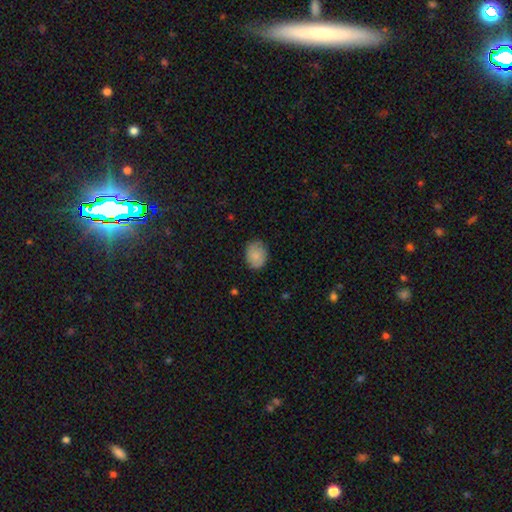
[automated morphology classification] A smooth galaxy with no disk features (77%) that is in between round and cigar-shaped (54%). Merging: none (77%).